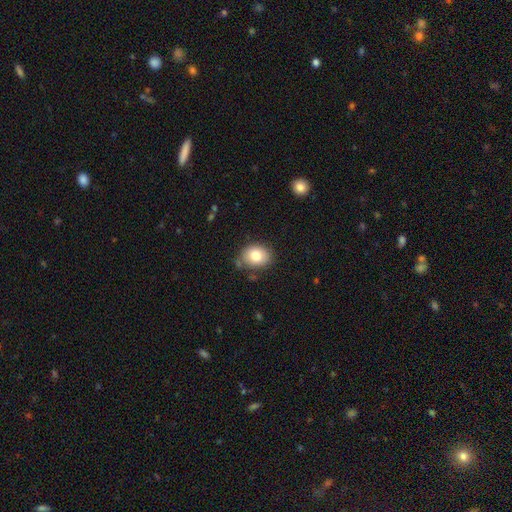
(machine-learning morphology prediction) A smooth galaxy with no disk features (82%) that is in between round and cigar-shaped (56%).

Vote fractions:
- Smooth or featured? smooth: 82% / featured or disk: 10% / star or artifact: 8%
- How rounded? in between: 56% / round: 43% / cigar-shaped: 1%
- Merging? none: 78% / minor disturbance: 15% / merger: 4% / major disturbance: 4%